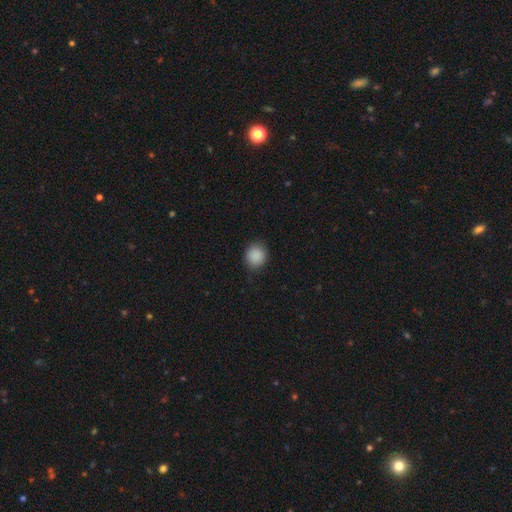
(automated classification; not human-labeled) Morphology: type=smooth (89%); roundness=round (83%); merging=none (87%).